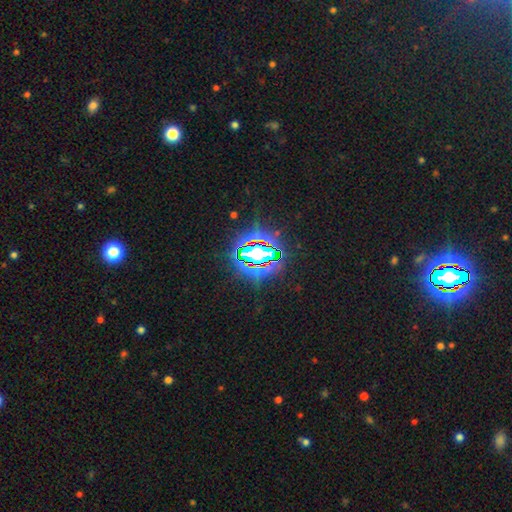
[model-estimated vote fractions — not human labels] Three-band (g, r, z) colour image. It shows a star or artifact, not a galaxy (81%).